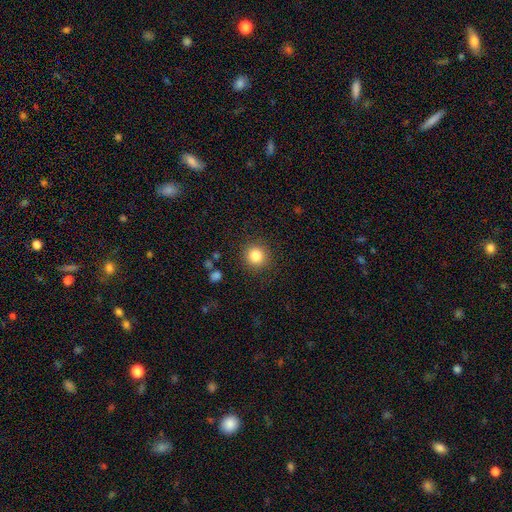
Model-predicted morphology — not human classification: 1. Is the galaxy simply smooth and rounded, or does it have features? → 83% smooth, 11% star or artifact, 6% featured or disk.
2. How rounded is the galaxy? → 93% round, 6% in between, 1% cigar-shaped.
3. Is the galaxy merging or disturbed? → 89% none, 7% minor disturbance, 3% major disturbance, 1% merger.